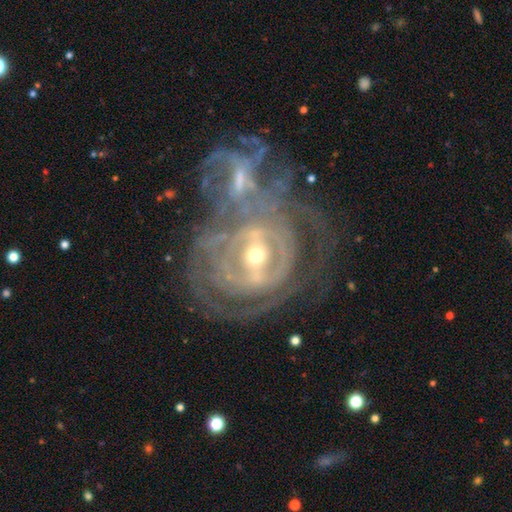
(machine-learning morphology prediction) Q: Smooth or featured?
A: featured or disk (87%); runner-up: smooth (7%)
Q: Edge-on disk?
A: no (96%); runner-up: yes (4%)
Q: Bar?
A: strong (45%); runner-up: weak (33%)
Q: Spiral arms?
A: yes (82%); runner-up: no (18%)
Q: Spiral winding?
A: tight (65%); runner-up: medium (25%)
Q: Spiral arm count?
A: can't tell (37%); runner-up: 2 (26%)
Q: Bulge size?
A: moderate (50%); runner-up: small (44%)
Q: Merging?
A: merger (37%); runner-up: none (33%)